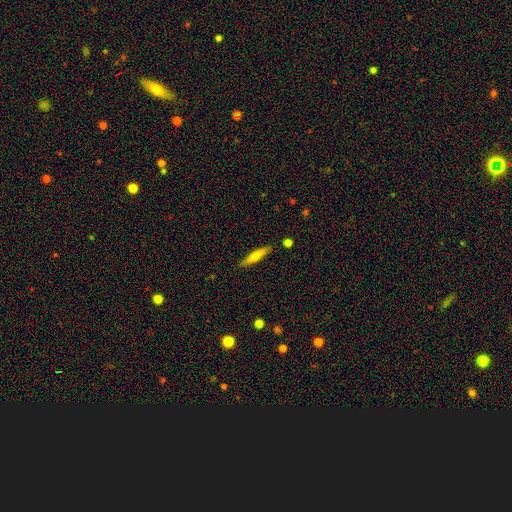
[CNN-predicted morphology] A smooth galaxy with no disk features (60%) that is cigar-shaped (88%). Merging: none (88%).